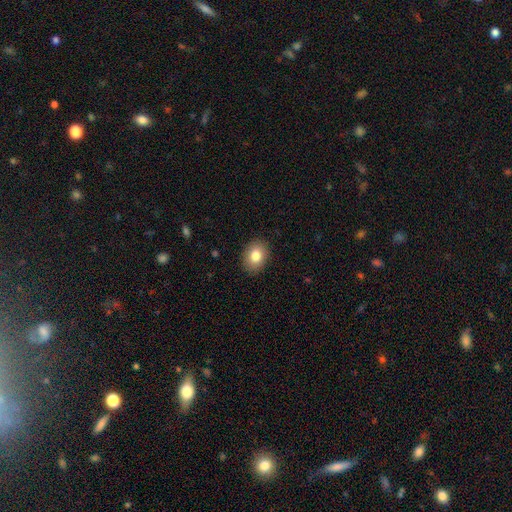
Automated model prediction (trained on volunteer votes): Morphology: type=smooth (82%); roundness=in between (63%); merging=none (89%).